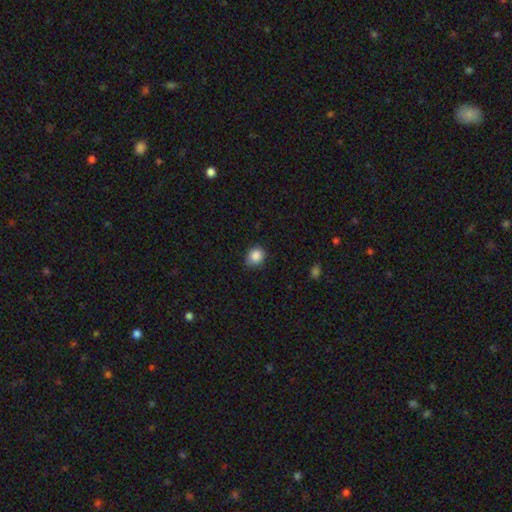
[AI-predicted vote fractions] smooth_or_featured: smooth (p=0.87) [alt: star or artifact p=0.09]
how_rounded: round (p=0.73) [alt: in between p=0.27]
merging: none (p=0.78) [alt: minor disturbance p=0.18]